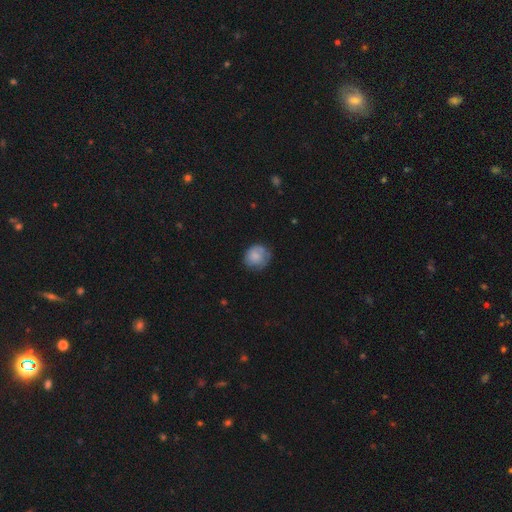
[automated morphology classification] This is likely a smooth galaxy (71%). How rounded: likely round (78%). Merging: possibly none (59%).